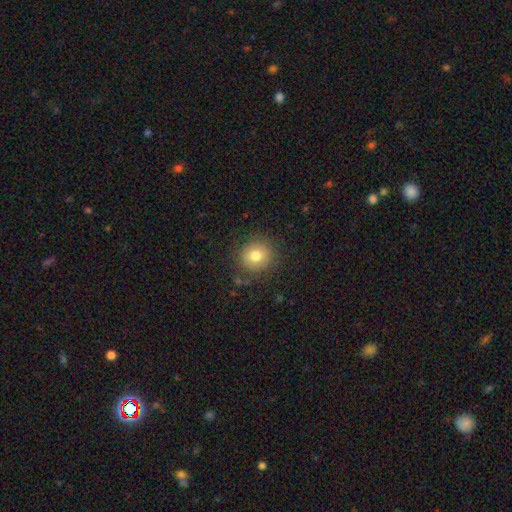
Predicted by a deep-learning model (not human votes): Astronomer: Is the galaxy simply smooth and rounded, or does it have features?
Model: smooth — 78%.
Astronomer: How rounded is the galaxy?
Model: round — 89%.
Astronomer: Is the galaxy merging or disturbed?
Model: none — 86%.